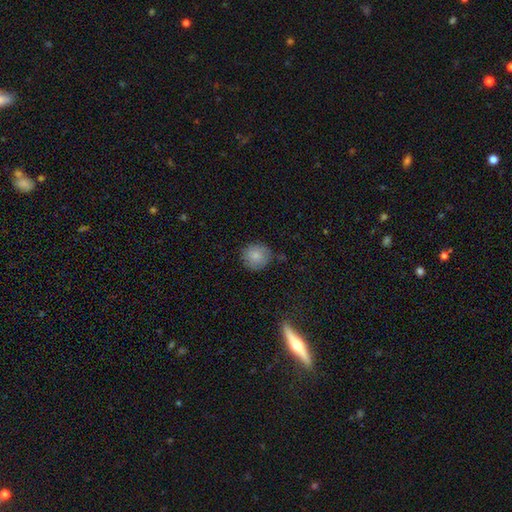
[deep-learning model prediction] Morphology: type=smooth (84%); roundness=round (91%); merging=none (80%).